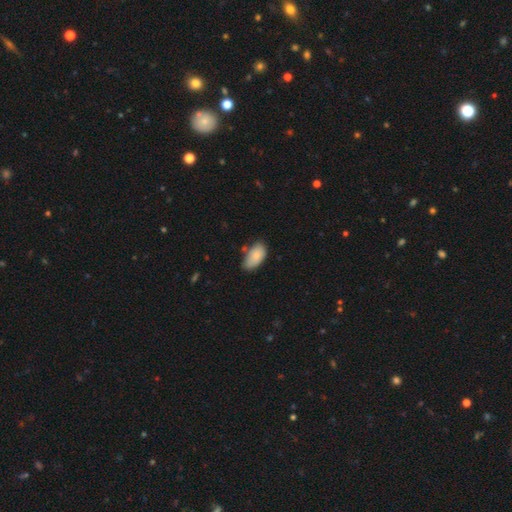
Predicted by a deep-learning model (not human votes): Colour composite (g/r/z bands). It shows a smooth galaxy with no disk features (84%) that is in between round and cigar-shaped (94%). Merging: none (62%).